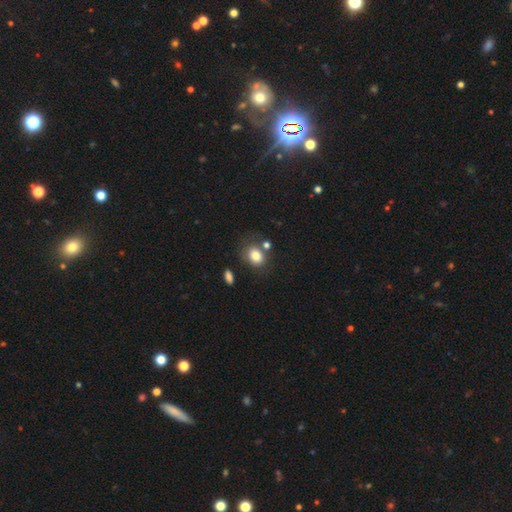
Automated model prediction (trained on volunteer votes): Smooth or featured: smooth — 82% (star or artifact — 10%)
How rounded: in between — 55% (round — 44%)
Merging: none — 63% (minor disturbance — 16%)